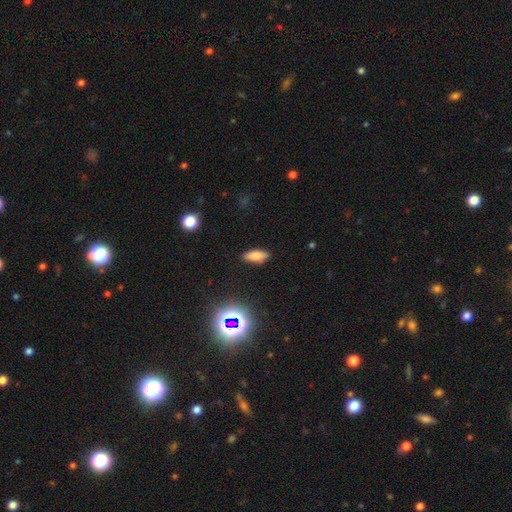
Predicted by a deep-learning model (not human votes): A smooth galaxy with no disk features (75%) that is in between round and cigar-shaped (76%).

Vote fractions:
- Smooth or featured? smooth: 75% / featured or disk: 13% / star or artifact: 12%
- How rounded? in between: 76% / cigar-shaped: 21% / round: 3%
- Merging? none: 87% / minor disturbance: 9% / major disturbance: 2% / merger: 1%